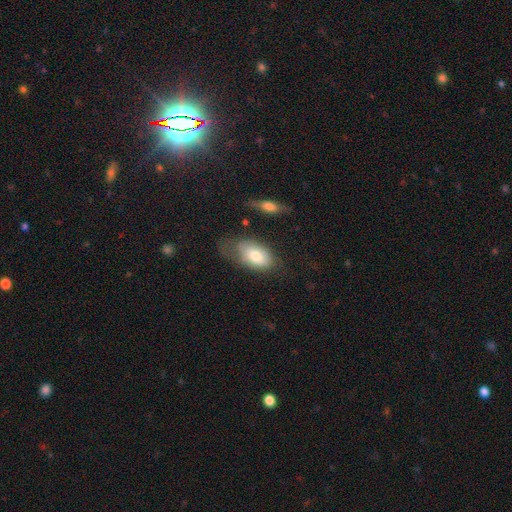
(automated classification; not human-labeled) smooth-or-featured: smooth: 72% | featured or disk: 21% | star or artifact: 7%
  how-rounded: in between: 91% | round: 6% | cigar-shaped: 2%
  merging: none: 42% | minor disturbance: 32% | major disturbance: 22% | merger: 5%